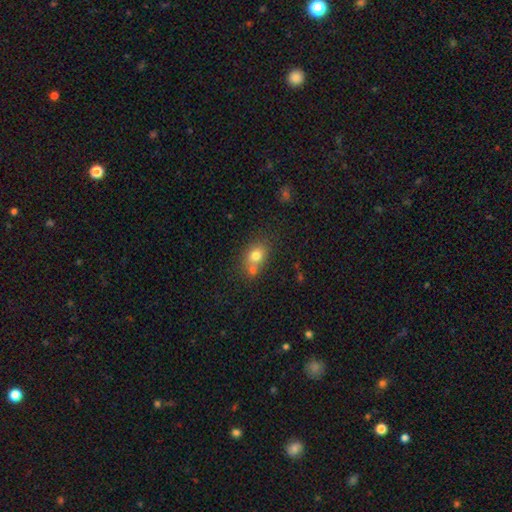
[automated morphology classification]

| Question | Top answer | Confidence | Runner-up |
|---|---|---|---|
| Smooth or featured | smooth | 76% | featured or disk (13%) |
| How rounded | in between | 59% | round (40%) |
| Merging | none | 51% | merger (33%) |